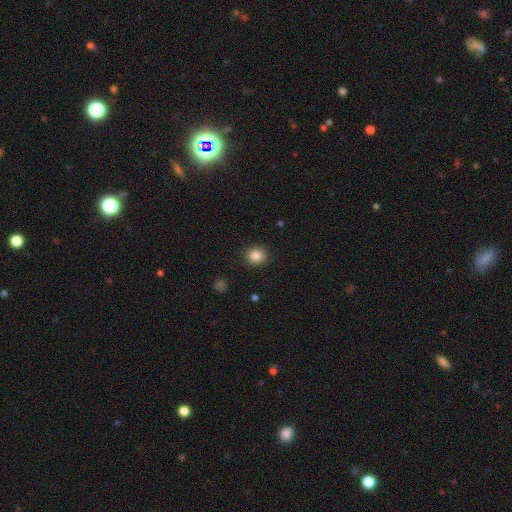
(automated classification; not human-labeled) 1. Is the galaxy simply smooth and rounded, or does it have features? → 85% smooth, 10% star or artifact, 4% featured or disk.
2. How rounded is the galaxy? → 87% round, 12% in between, 1% cigar-shaped.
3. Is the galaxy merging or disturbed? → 91% none, 6% minor disturbance, 2% major disturbance, 1% merger.